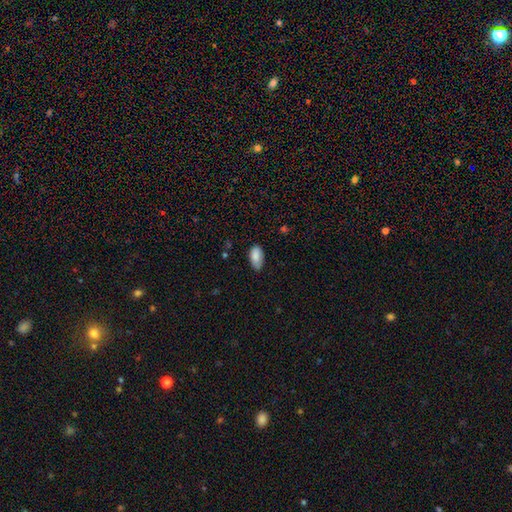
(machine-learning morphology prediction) Smooth or featured?
  - smooth: 87% *
  - star or artifact: 7%
  - featured or disk: 6%
How rounded?
  - in between: 94% *
  - round: 3%
  - cigar-shaped: 3%
Merging?
  - none: 71% *
  - minor disturbance: 24%
  - major disturbance: 4%
  - merger: 1%